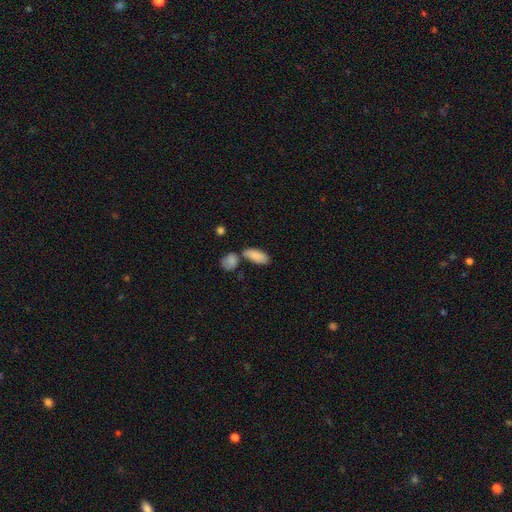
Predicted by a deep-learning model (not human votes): This is clearly a smooth galaxy (87%). How rounded: clearly in between (86%). Merging: possibly none (56%).